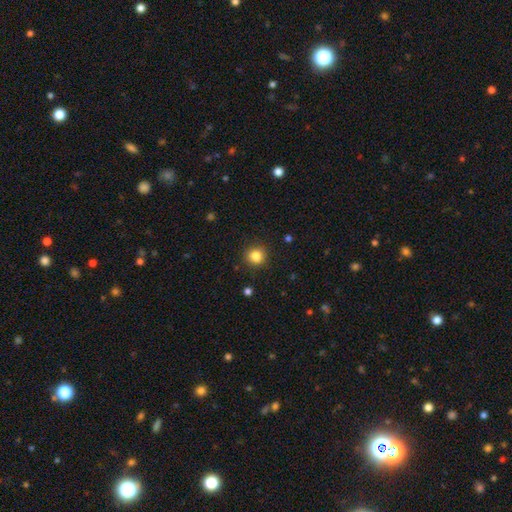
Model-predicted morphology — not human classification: Smooth or featured?
  - smooth: 84% *
  - star or artifact: 11%
  - featured or disk: 5%
How rounded?
  - round: 88% *
  - in between: 11%
  - cigar-shaped: 1%
Merging?
  - none: 89% *
  - minor disturbance: 7%
  - major disturbance: 2%
  - merger: 1%